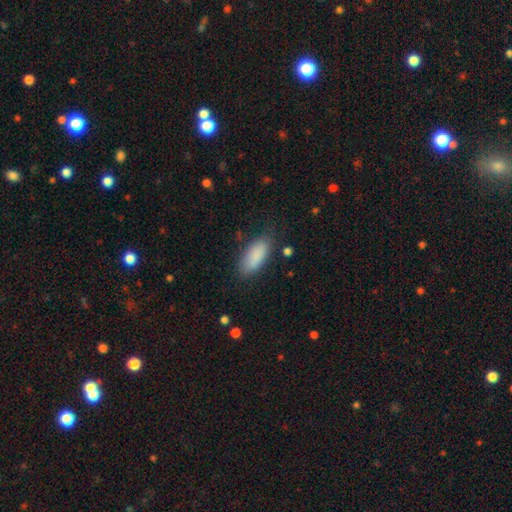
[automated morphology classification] Smooth or featured?
  - smooth: 88% *
  - star or artifact: 6%
  - featured or disk: 6%
How rounded?
  - in between: 83% *
  - cigar-shaped: 15%
  - round: 2%
Merging?
  - none: 78% *
  - minor disturbance: 16%
  - major disturbance: 4%
  - merger: 2%